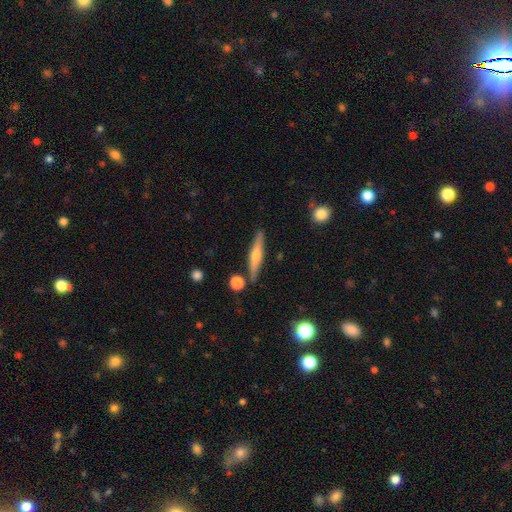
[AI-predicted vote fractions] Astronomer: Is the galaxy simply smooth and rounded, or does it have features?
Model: featured or disk — 52% (runner-up: smooth, 42%).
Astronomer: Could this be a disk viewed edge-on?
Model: yes — 95%.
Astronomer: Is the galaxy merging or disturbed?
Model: none — 84%.